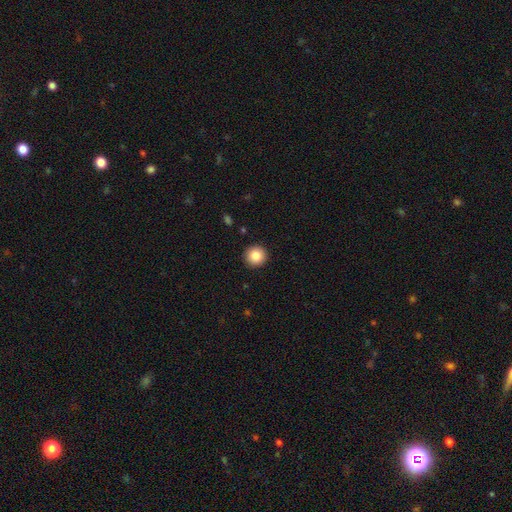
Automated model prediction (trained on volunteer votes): Morphology: type=smooth (85%); roundness=round (95%); merging=none (93%).